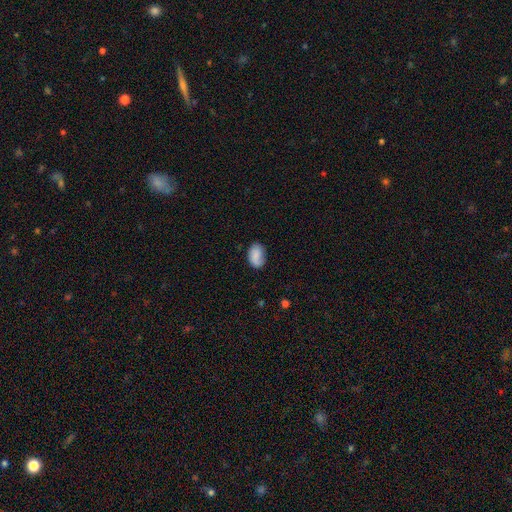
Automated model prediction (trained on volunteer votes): A smooth galaxy with no disk features (77%) that is in between round and cigar-shaped (83%).

Vote fractions:
- Smooth or featured? smooth: 77% / featured or disk: 15% / star or artifact: 8%
- How rounded? in between: 83% / round: 16% / cigar-shaped: 1%
- Merging? none: 66% / minor disturbance: 24% / major disturbance: 8% / merger: 2%